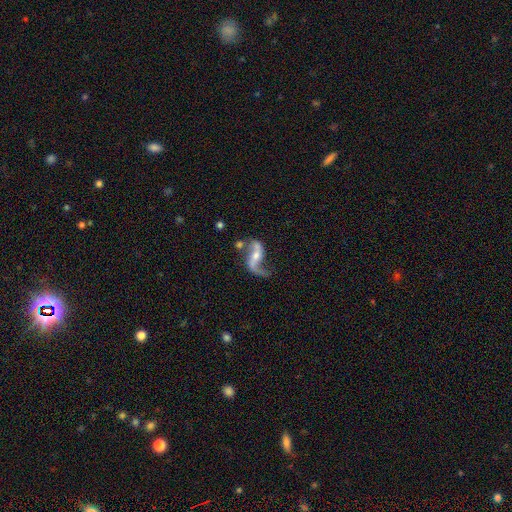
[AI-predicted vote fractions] Q: Smooth or featured?
A: featured or disk (85%); runner-up: smooth (9%)
Q: Edge-on disk?
A: no (95%); runner-up: yes (5%)
Q: Bar?
A: weak (35%); runner-up: strong (33%)
Q: Spiral arms?
A: yes (93%); runner-up: no (7%)
Q: Spiral winding?
A: loose (87%); runner-up: medium (10%)
Q: Spiral arm count?
A: 2 (79%); runner-up: 1 (16%)
Q: Bulge size?
A: moderate (45%); tied with: small (45%)
Q: Merging?
A: none (49%); runner-up: major disturbance (20%)